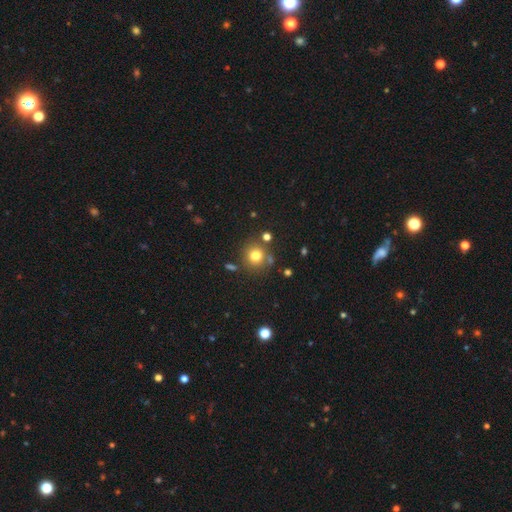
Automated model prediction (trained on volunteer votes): Morphology: type=smooth (76%); roundness=round (91%); merging=none (78%).